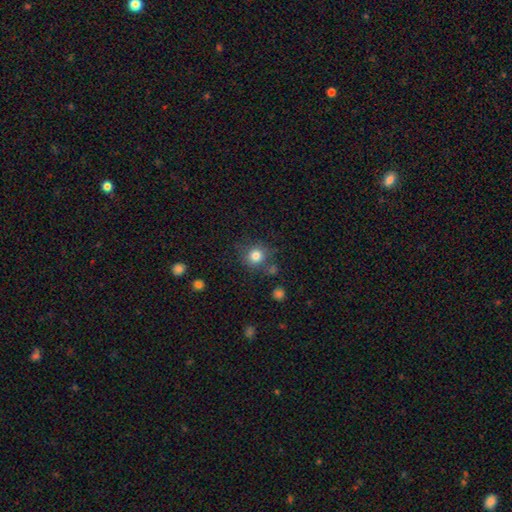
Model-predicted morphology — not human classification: Smooth or featured?
  - smooth: 82% *
  - star or artifact: 12%
  - featured or disk: 7%
How rounded?
  - round: 89% *
  - in between: 10%
  - cigar-shaped: 1%
Merging?
  - none: 77% *
  - minor disturbance: 12%
  - merger: 6%
  - major disturbance: 4%